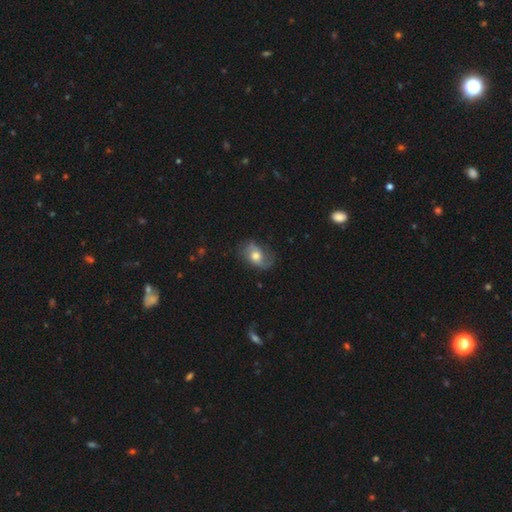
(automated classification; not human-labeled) The model was most divided on "smooth or featured": featured or disk: 51%, smooth: 41%, star or artifact: 8%. More confident: edge-on disk — no (95%); merging — none (62%).